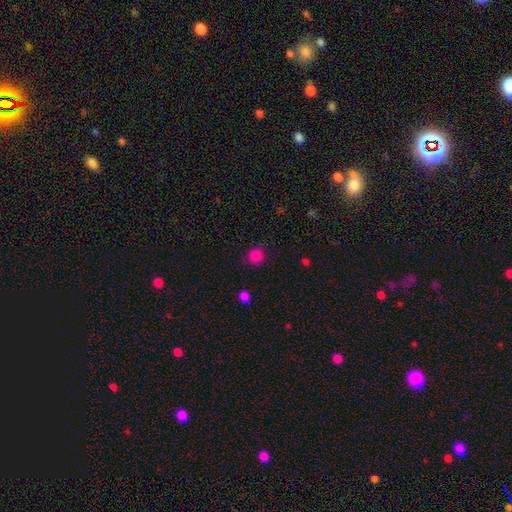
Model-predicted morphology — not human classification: A smooth galaxy with no disk features (84%) that is round (90%). Merging: none (85%).